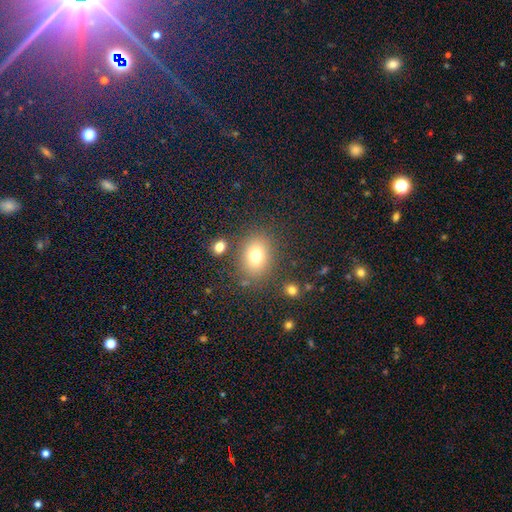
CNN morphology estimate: This is likely a smooth galaxy (76%). How rounded: possibly in between (57%). Merging: clearly none (80%).